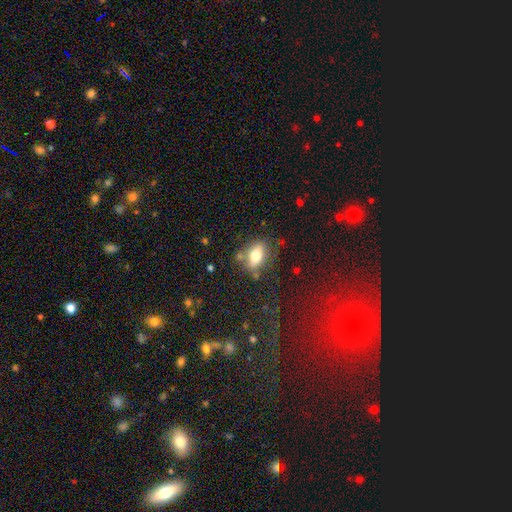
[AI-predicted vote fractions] This is likely a smooth galaxy (73%). How rounded: clearly in between (82%). Merging: likely none (63%).